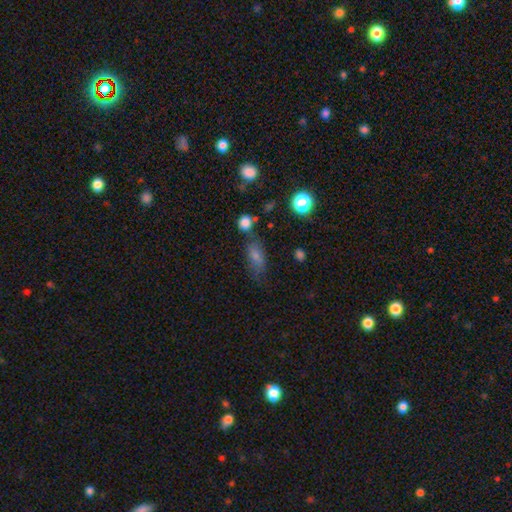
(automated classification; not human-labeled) Smooth or featured? smooth (68%)
How rounded? in between (76%)
Merging? none (66%)